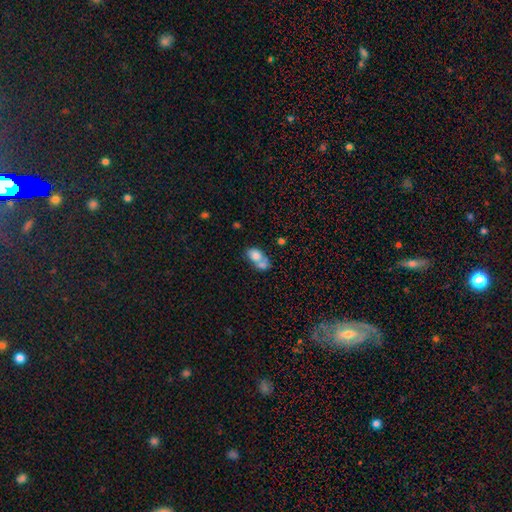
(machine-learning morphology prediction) A smooth galaxy with no disk features (72%) that is in between round and cigar-shaped (75%).

Vote fractions:
- Smooth or featured? smooth: 72% / featured or disk: 20% / star or artifact: 8%
- How rounded? in between: 75% / round: 23% / cigar-shaped: 2%
- Merging? merger: 66% / none: 20% / minor disturbance: 9% / major disturbance: 5%